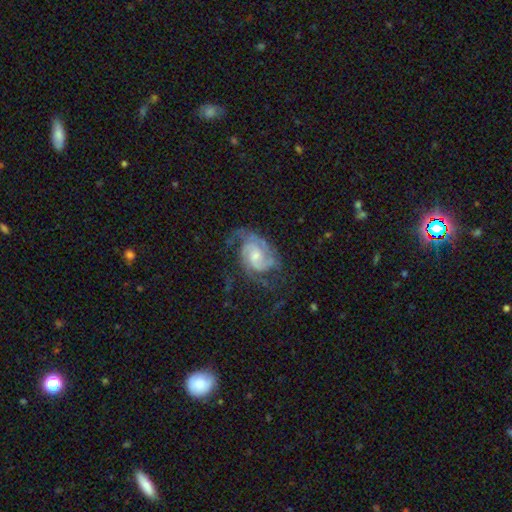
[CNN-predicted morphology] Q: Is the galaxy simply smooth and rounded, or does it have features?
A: featured or disk — 88%.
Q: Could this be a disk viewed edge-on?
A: no — 98%.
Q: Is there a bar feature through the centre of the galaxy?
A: no — 53%.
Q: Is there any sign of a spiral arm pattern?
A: yes — 97%.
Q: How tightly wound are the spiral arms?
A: tight — 47%.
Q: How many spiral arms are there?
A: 2 — 57%.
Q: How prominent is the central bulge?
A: small — 54%.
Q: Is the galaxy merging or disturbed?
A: none — 58%.